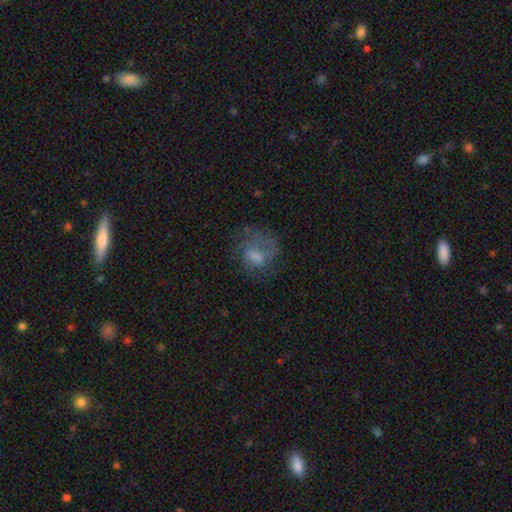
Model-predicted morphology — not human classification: Smooth or featured? Predicted: featured or disk (p=0.47). Merging? Predicted: none (p=0.49).